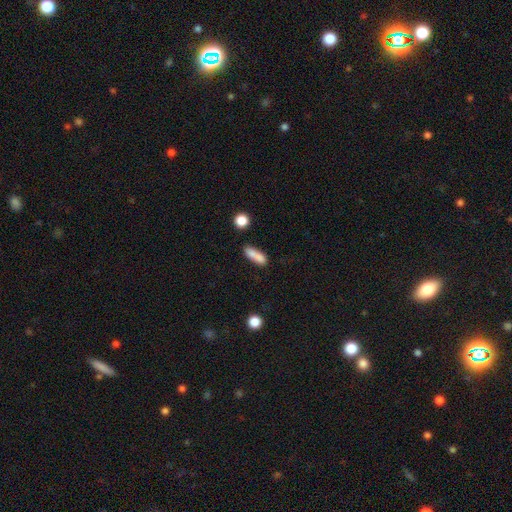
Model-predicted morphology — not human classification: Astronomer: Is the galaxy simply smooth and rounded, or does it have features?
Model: smooth — 82%.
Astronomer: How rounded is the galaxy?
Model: cigar-shaped — 59% (runner-up: in between, 38%).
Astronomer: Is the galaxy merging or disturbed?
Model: none — 65%.